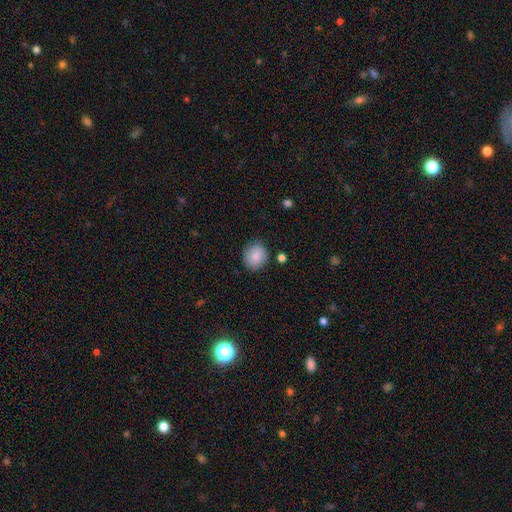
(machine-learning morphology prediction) Overall: smooth (83%). How rounded: round (70%; in between 30%). Merging: none (82%).